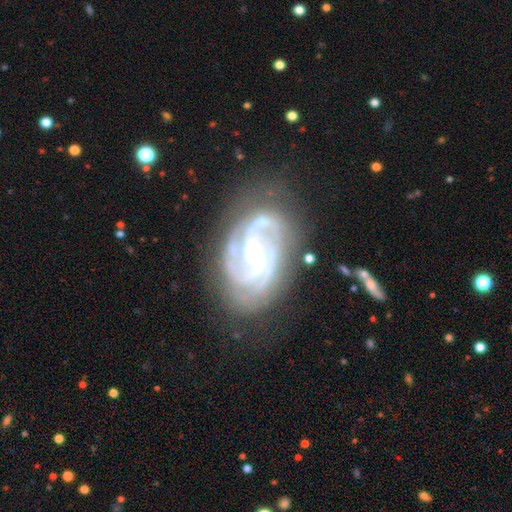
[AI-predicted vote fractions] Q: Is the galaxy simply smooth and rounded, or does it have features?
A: featured or disk — 92%.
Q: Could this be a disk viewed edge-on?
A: no — 97%.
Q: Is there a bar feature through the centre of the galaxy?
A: no — 40%.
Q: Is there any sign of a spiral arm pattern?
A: yes — 98%.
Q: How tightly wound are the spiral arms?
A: tight — 58%.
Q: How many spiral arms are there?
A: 3 — 41%.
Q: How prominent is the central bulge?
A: moderate — 49%.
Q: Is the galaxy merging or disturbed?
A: none — 74%.